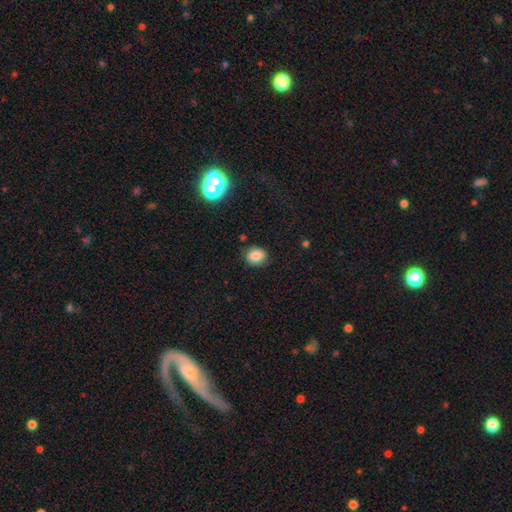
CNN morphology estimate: type=smooth (80%); roundness=round (55%); merging=none (81%).